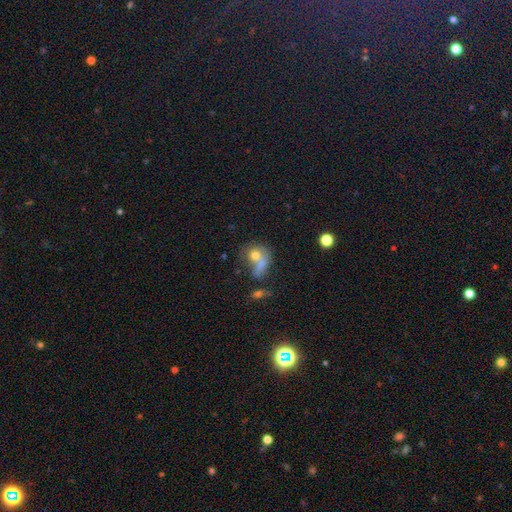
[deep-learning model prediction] A smooth galaxy with no disk features (69%) that is round (61%).

Vote fractions:
- Smooth or featured? smooth: 69% / featured or disk: 20% / star or artifact: 11%
- How rounded? round: 61% / in between: 37% / cigar-shaped: 2%
- Merging? merger: 51% / none: 26% / major disturbance: 13% / minor disturbance: 10%